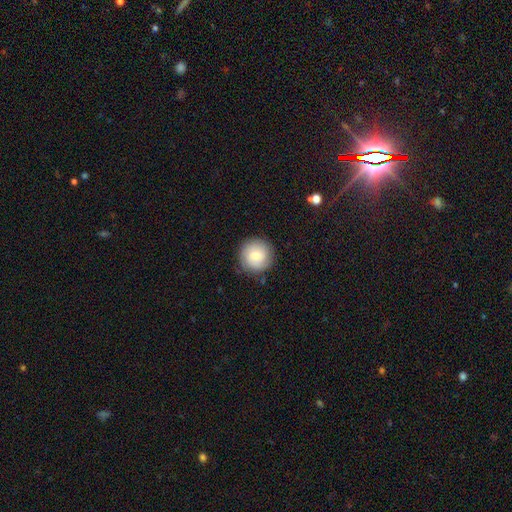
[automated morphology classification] A smooth galaxy with no disk features (58%) that is round (94%). Merging: none (85%).